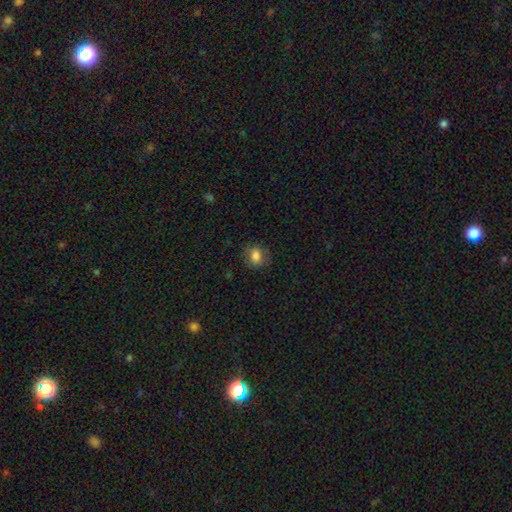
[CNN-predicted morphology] Smooth or featured? smooth (82%)
How rounded? in between (63%)
Merging? none (79%)